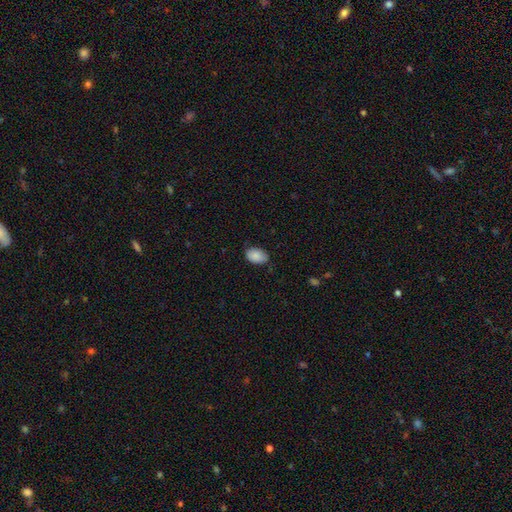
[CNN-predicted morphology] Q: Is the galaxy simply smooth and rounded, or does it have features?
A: smooth — 87%.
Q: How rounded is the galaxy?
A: in between — 86%.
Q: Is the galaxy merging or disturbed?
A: none — 74%.